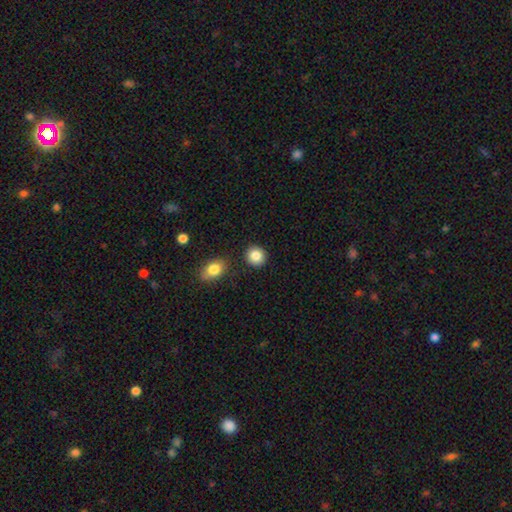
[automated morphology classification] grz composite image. It shows a smooth galaxy with no disk features (87%) that is round (87%). Merging: none (87%).